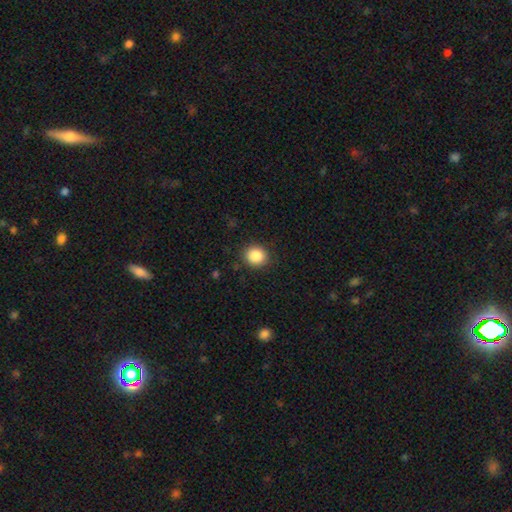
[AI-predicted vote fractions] This appears to be a smooth galaxy with no disk features (87%) that is round (82%). Merging: none (88%).